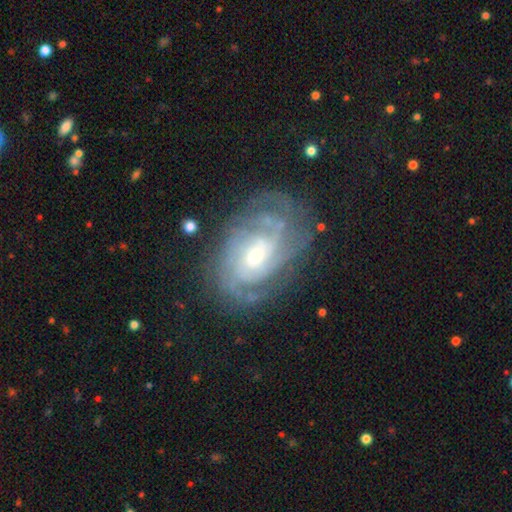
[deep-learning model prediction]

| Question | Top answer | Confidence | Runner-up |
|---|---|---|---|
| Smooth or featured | featured or disk | 86% | smooth (8%) |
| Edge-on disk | no | 96% | yes (4%) |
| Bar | no | 56% | weak (36%) |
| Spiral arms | yes | 95% | no (5%) |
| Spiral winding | tight | 64% | medium (29%) |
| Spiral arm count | can't tell | 34% | 3 (20%) |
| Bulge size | moderate | 49% | small (44%) |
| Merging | none | 70% | minor disturbance (19%) |